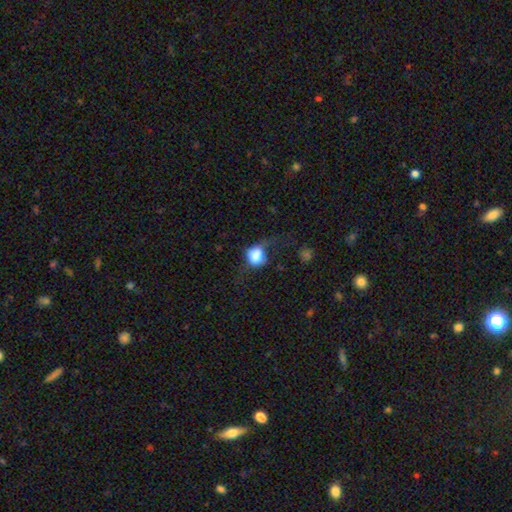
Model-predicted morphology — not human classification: smooth-or-featured: smooth: 75% | featured or disk: 16% | star or artifact: 10%
  how-rounded: round: 62% | in between: 37% | cigar-shaped: 2%
  merging: major disturbance: 35% | none: 31% | minor disturbance: 29% | merger: 5%